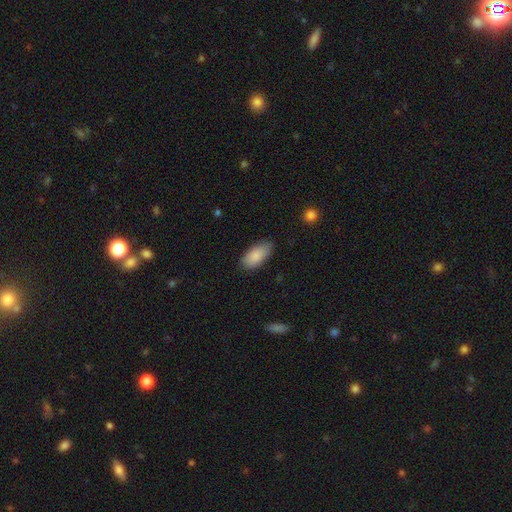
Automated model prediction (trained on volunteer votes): This is clearly a smooth galaxy (86%). How rounded: clearly in between (91%). Merging: clearly none (82%).